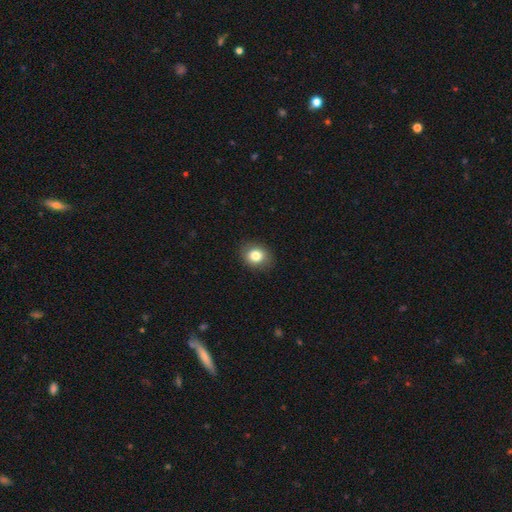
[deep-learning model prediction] Smooth or featured? Predicted: smooth (p=0.82). How rounded? Predicted: round (p=0.58). Merging? Predicted: none (p=0.88).